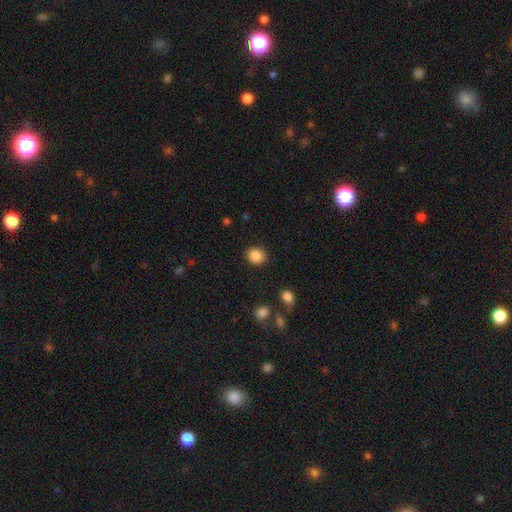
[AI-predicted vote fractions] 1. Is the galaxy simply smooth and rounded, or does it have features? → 87% smooth, 9% star or artifact, 3% featured or disk.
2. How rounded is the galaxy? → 77% round, 22% in between, 1% cigar-shaped.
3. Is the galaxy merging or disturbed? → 87% none, 8% minor disturbance, 3% major disturbance, 2% merger.